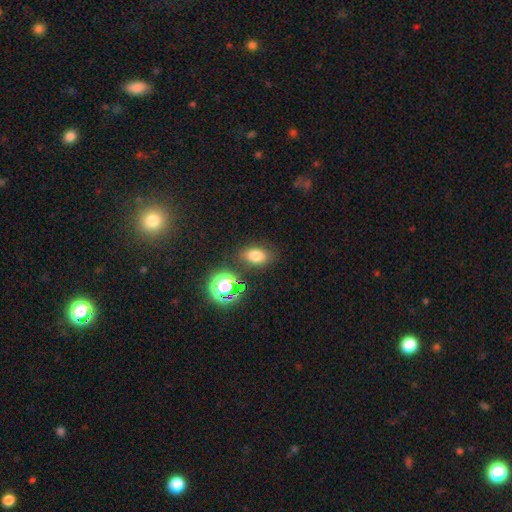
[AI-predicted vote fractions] Smooth or featured: smooth — 71% (star or artifact — 19%)
How rounded: in between — 80% (round — 18%)
Merging: none — 79% (minor disturbance — 12%)